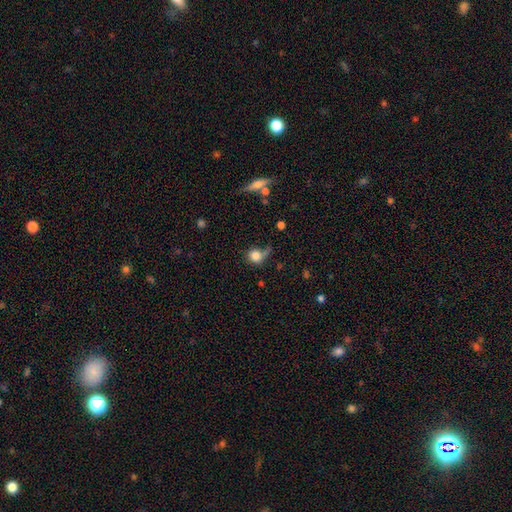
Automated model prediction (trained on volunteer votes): Overall: smooth (81%). How rounded: round (83%). Merging: none (49%; minor disturbance 23%).